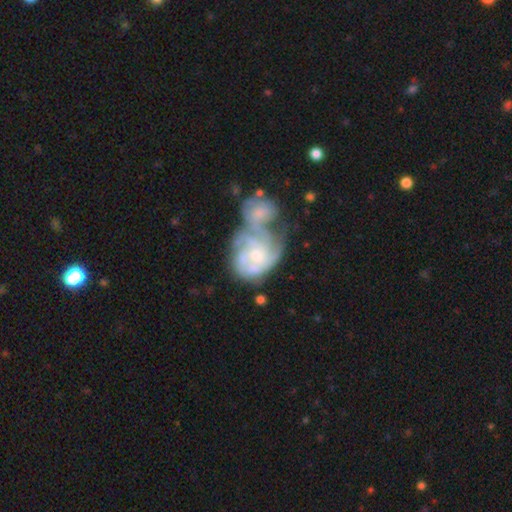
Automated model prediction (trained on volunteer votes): Overall: featured or disk (75%). Edge-on disk: no (98%). Bar: no (77%). Spiral arms: yes (82%). Spiral arm count: can't tell (42%; 3 21%). Spiral winding: tight (55%; medium 32%). Bulge size: small (46%; moderate 44%). Merging: merger (65%).